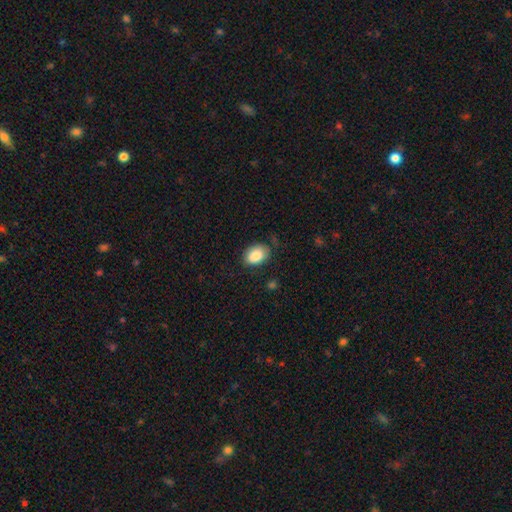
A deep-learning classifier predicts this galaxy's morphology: smooth-or-featured: smooth: 87% | star or artifact: 7% | featured or disk: 6%
  how-rounded: in between: 79% | round: 20% | cigar-shaped: 1%
  merging: none: 73% | minor disturbance: 20% | major disturbance: 5% | merger: 2%